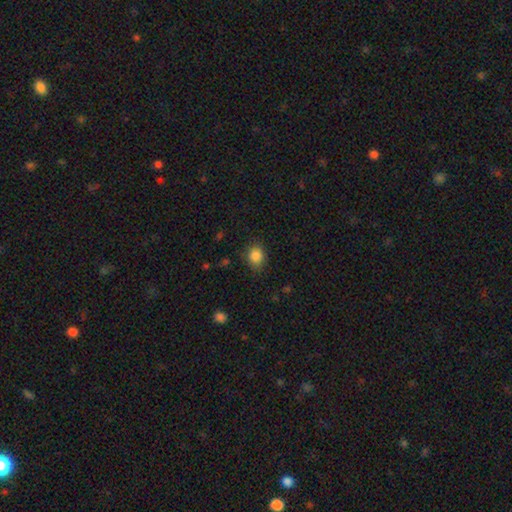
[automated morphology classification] smooth-or-featured: smooth: 86% | star or artifact: 10% | featured or disk: 4%
  how-rounded: round: 65% | in between: 34% | cigar-shaped: 1%
  merging: none: 80% | minor disturbance: 15% | major disturbance: 4% | merger: 1%